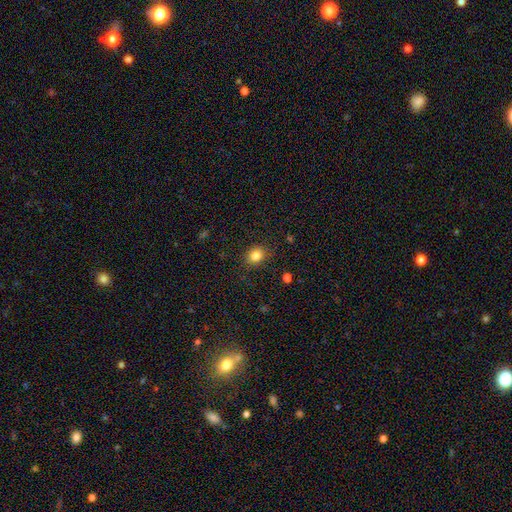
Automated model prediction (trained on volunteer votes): smooth_or_featured: smooth (p=0.83) [alt: star or artifact p=0.11]
how_rounded: round (p=0.62) [alt: in between p=0.38]
merging: none (p=0.86) [alt: minor disturbance p=0.10]